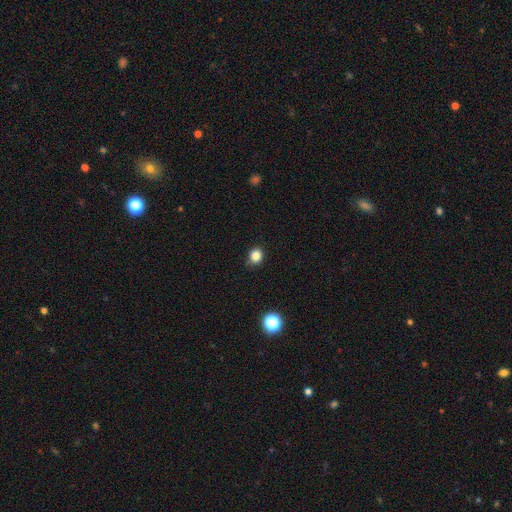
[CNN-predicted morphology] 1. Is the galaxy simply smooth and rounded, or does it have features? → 83% smooth, 13% star or artifact, 4% featured or disk.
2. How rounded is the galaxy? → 80% round, 19% in between, 1% cigar-shaped.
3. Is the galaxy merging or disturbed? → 87% none, 9% minor disturbance, 2% major disturbance, 1% merger.